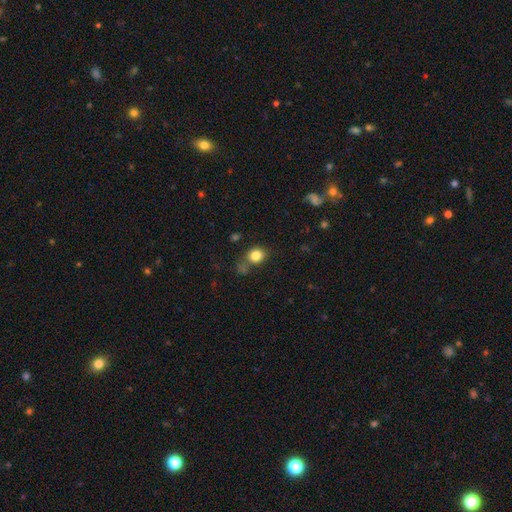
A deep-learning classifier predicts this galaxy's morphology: smooth 83%, star or artifact 11%, featured or disk 6%. Down the decision tree: how rounded — round (68%); merging — none (62%).